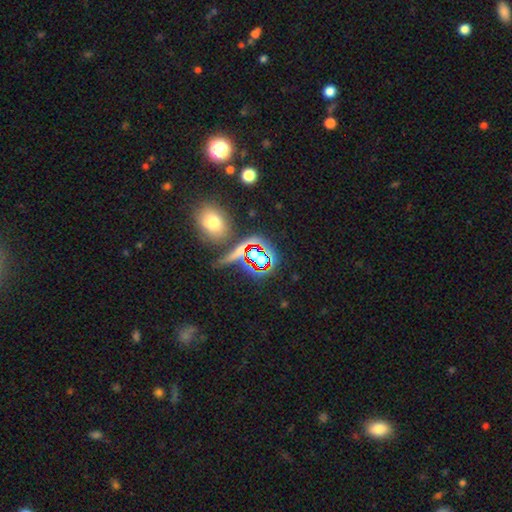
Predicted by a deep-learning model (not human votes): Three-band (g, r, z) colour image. It shows a star or artifact, not a galaxy (60%).